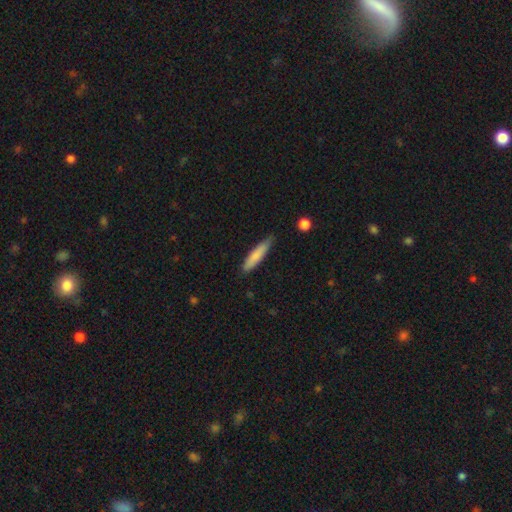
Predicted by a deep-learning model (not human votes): This appears to be a smooth galaxy with no disk features (77%) that is cigar-shaped (85%). Merging: none (74%).